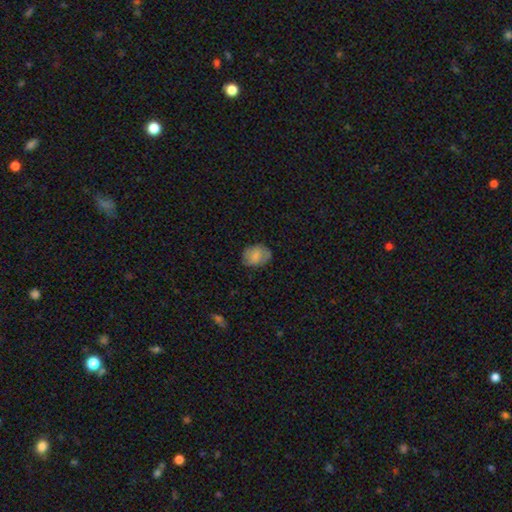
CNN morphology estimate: This is likely a smooth galaxy (73%). How rounded: possibly in between (53%). Merging: likely none (73%).